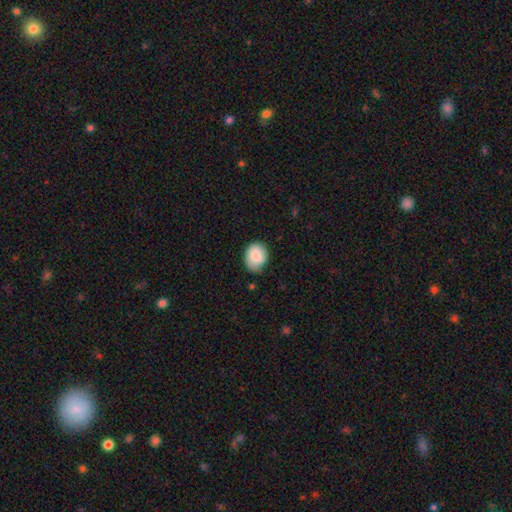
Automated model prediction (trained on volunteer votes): This appears to be a smooth galaxy with no disk features (84%) that is in between round and cigar-shaped (50%). Merging: none (72%).